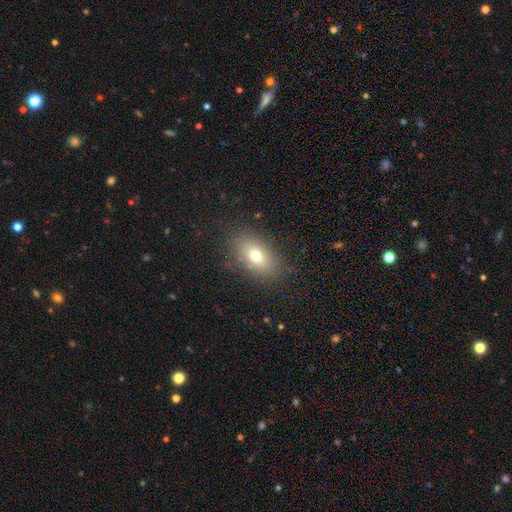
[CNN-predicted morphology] This appears to be a smooth galaxy with no disk features (71%) that is in between round and cigar-shaped (82%). Merging: none (83%).